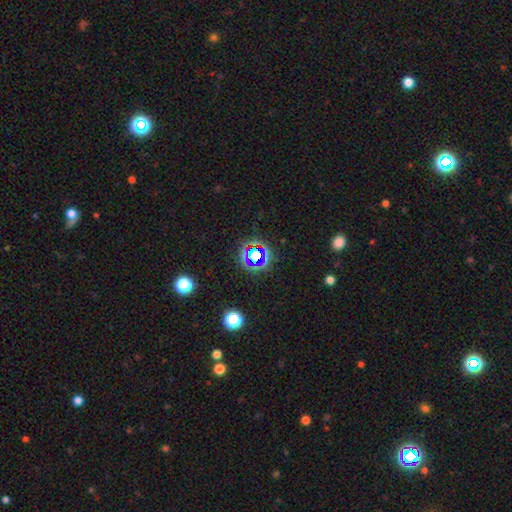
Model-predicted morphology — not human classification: smooth_or_featured: star or artifact (p=0.68) [alt: smooth p=0.21]